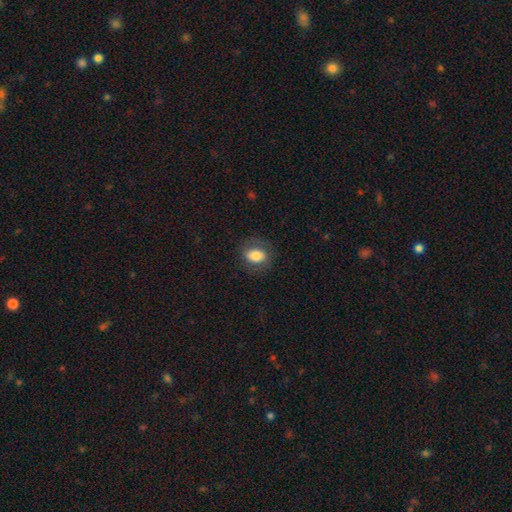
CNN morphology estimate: This is likely a smooth galaxy (76%). How rounded: likely in between (63%). Merging: likely none (77%).